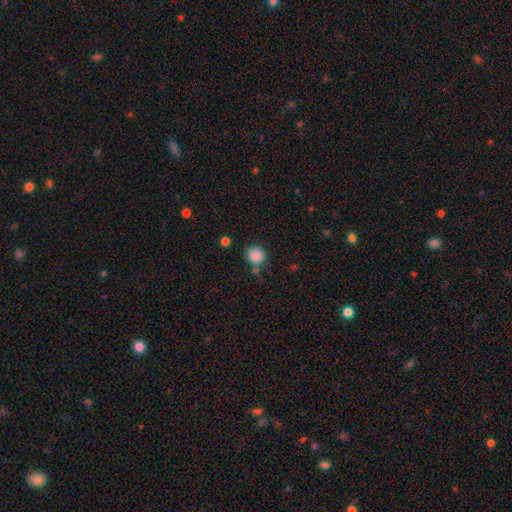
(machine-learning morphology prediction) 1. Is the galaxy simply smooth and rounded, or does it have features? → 87% smooth, 10% star or artifact, 4% featured or disk.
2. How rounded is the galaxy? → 88% round, 11% in between, 1% cigar-shaped.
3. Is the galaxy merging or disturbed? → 73% none, 15% minor disturbance, 7% merger, 5% major disturbance.